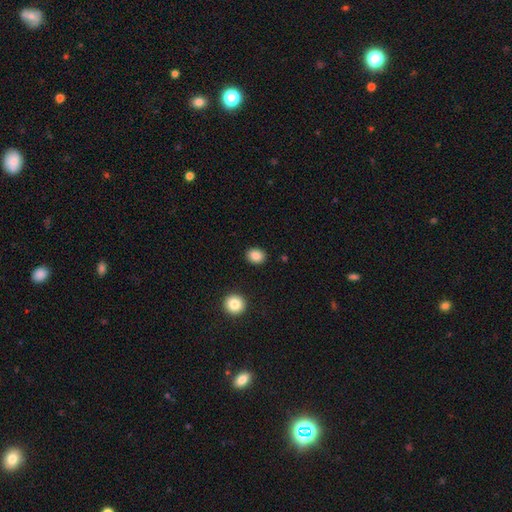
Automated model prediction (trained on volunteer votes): Smooth or featured? smooth (87%)
How rounded? round (55%)
Merging? none (89%)